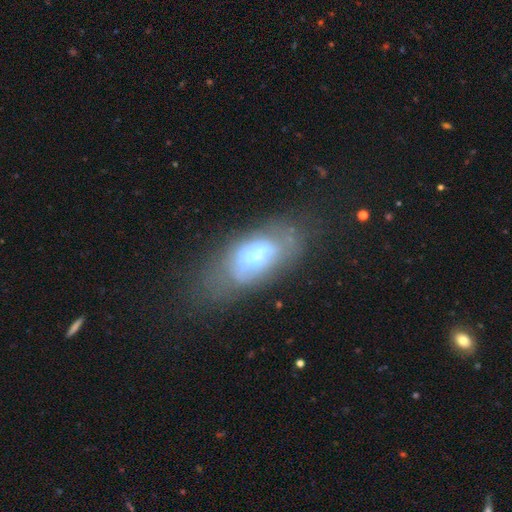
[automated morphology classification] A featured or disk galaxy (49%). Merging: none (34%).